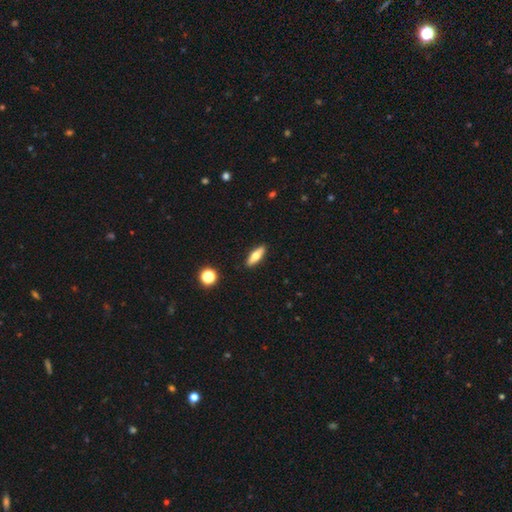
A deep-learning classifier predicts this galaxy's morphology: Overall: smooth (61%; featured or disk 32%). How rounded: in between (51%; cigar-shaped 46%). Merging: none (90%).